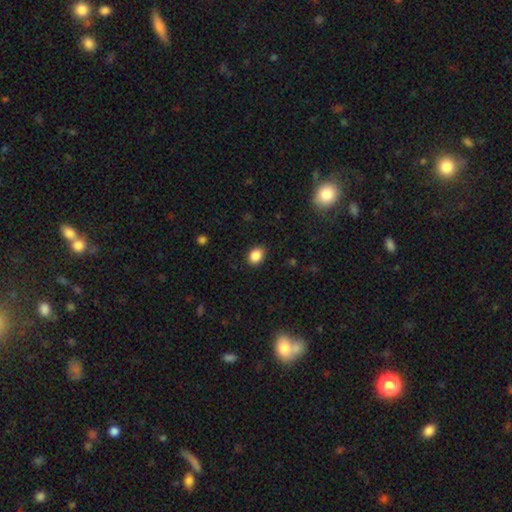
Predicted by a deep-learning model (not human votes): Smooth or featured? smooth (87%)
How rounded? in between (56%)
Merging? none (85%)